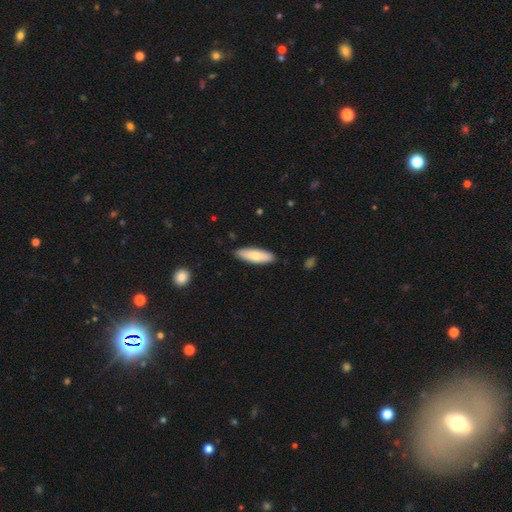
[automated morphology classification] Smooth or featured: smooth — 76% (featured or disk — 18%)
How rounded: in between — 51% (cigar-shaped — 47%)
Merging: none — 88% (minor disturbance — 9%)